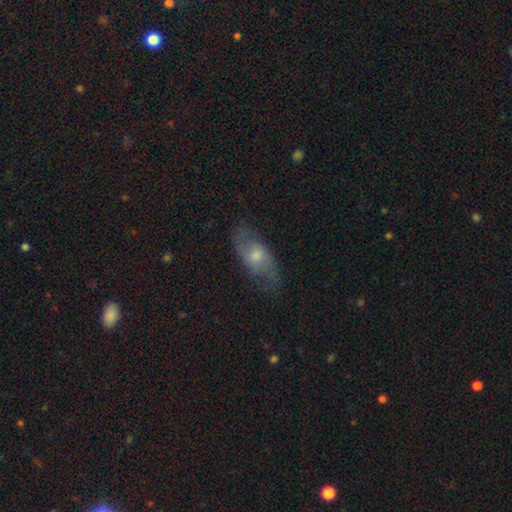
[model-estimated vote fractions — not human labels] Smooth or featured? Predicted: featured or disk (p=0.57). Edge-on disk? Predicted: no (p=0.85). Merging? Predicted: none (p=0.75).